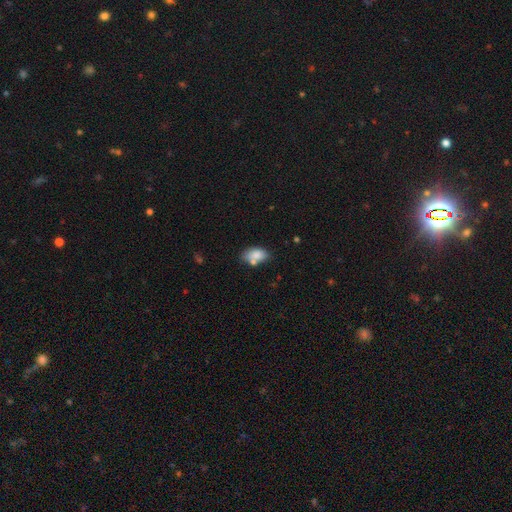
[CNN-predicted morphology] Smooth or featured? Predicted: smooth (p=0.80). How rounded? Predicted: in between (p=0.90). Merging? Predicted: none (p=0.55).